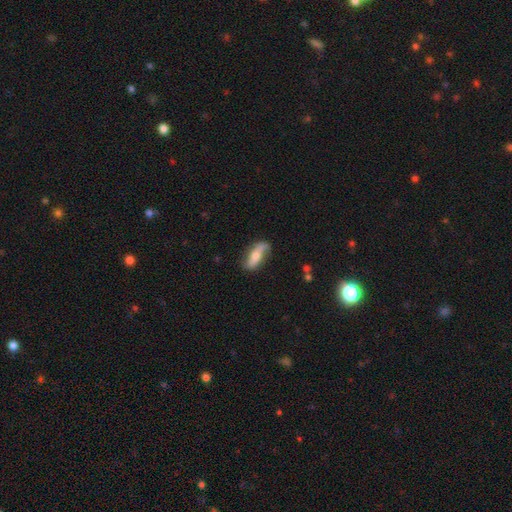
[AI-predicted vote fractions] Q: Smooth or featured?
A: featured or disk (59%); runner-up: smooth (35%)
Q: Edge-on disk?
A: no (79%); runner-up: yes (21%)
Q: Merging?
A: none (70%); runner-up: minor disturbance (21%)